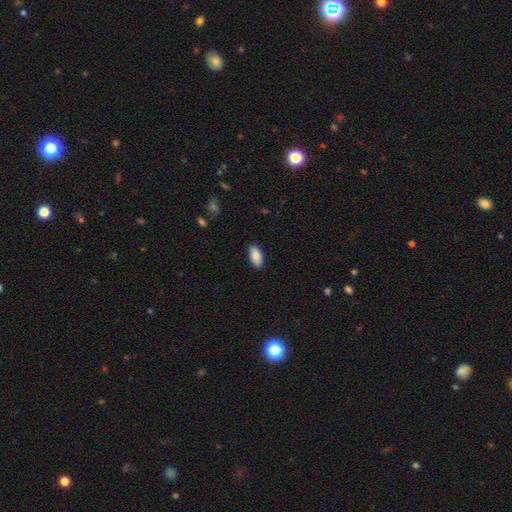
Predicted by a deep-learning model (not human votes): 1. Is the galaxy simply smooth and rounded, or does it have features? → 89% smooth, 6% star or artifact, 5% featured or disk.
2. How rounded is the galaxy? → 92% in between, 6% cigar-shaped, 2% round.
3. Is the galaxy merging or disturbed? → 86% none, 10% minor disturbance, 2% major disturbance, 1% merger.